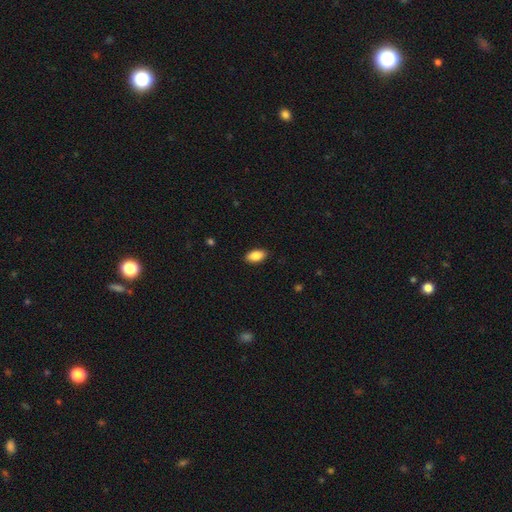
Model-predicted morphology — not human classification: Smooth or featured: smooth — 88% (star or artifact — 7%)
How rounded: in between — 93% (cigar-shaped — 4%)
Merging: none — 88% (minor disturbance — 9%)